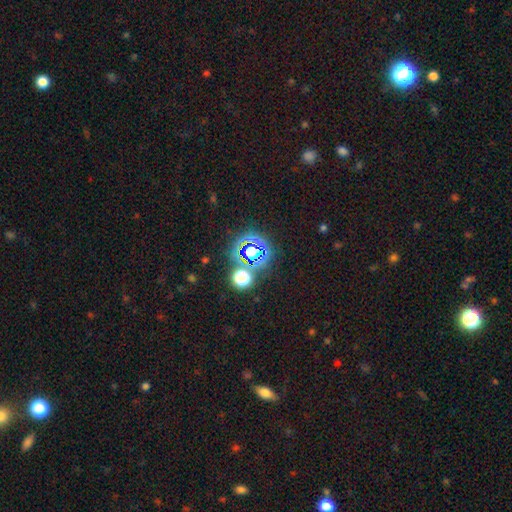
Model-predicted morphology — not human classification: star or artifact 73%, smooth 20%, featured or disk 7%.